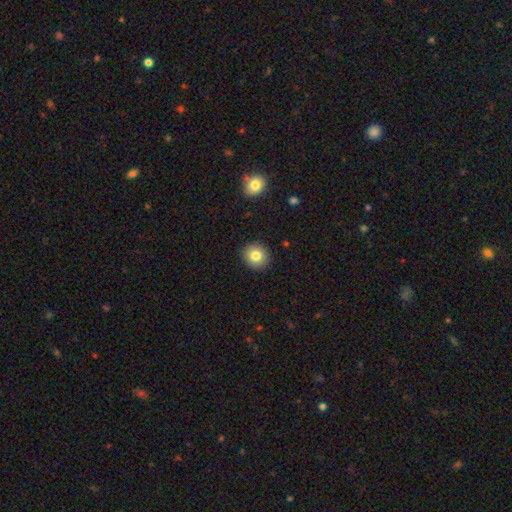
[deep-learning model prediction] smooth 82%, star or artifact 9%, featured or disk 9%. Down the decision tree: how rounded — round (88%); merging — none (91%).